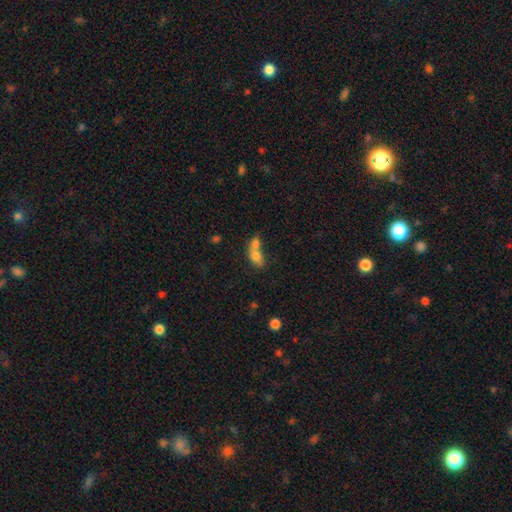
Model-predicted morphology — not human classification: A smooth galaxy with no disk features (73%) that is in between round and cigar-shaped (70%).

Vote fractions:
- Smooth or featured? smooth: 73% / featured or disk: 18% / star or artifact: 9%
- How rounded? in between: 70% / round: 27% / cigar-shaped: 3%
- Merging? merger: 73% / none: 17% / minor disturbance: 6% / major disturbance: 4%